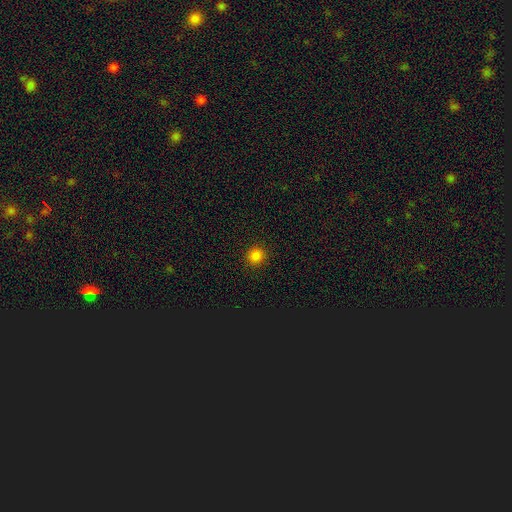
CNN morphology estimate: Overall: smooth (82%). How rounded: round (92%). Merging: none (92%).